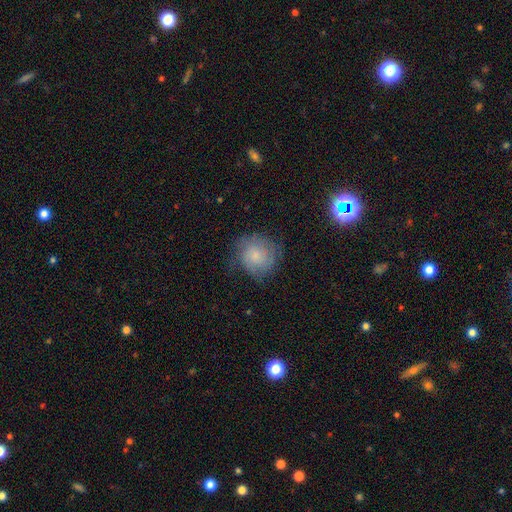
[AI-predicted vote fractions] A smooth galaxy with no disk features (63%) that is round (86%). Merging: none (65%).